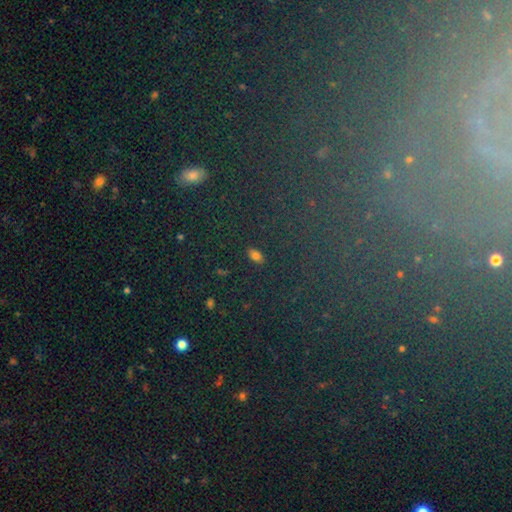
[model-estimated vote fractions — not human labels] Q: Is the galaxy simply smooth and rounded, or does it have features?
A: smooth — 74%.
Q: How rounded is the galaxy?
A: in between — 90%.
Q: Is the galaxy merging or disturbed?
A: none — 89%.